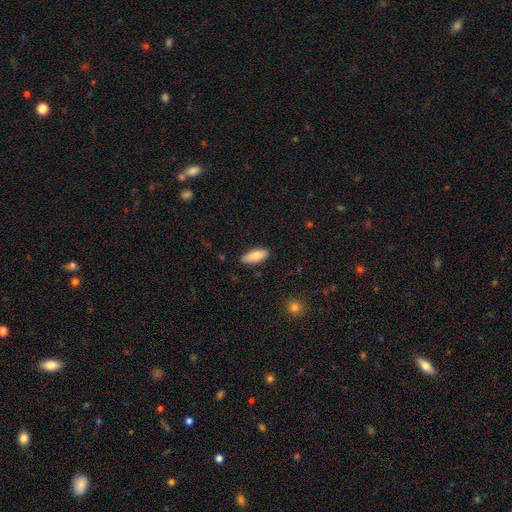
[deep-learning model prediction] Smooth or featured?
  - smooth: 84% *
  - featured or disk: 10%
  - star or artifact: 6%
How rounded?
  - in between: 82% *
  - cigar-shaped: 17%
  - round: 2%
Merging?
  - none: 87% *
  - minor disturbance: 10%
  - major disturbance: 2%
  - merger: 1%